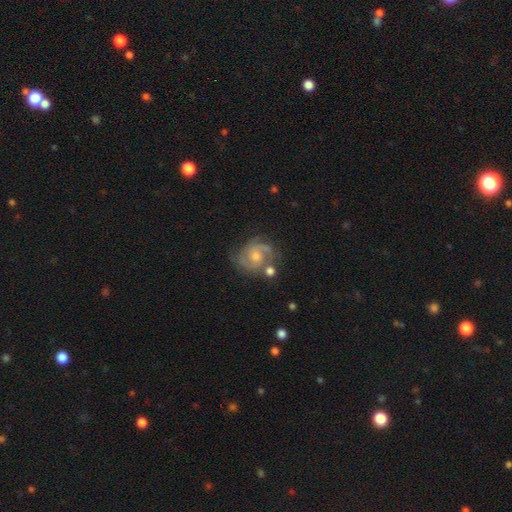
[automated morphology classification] smooth-or-featured: featured or disk: 83% | smooth: 10% | star or artifact: 7%
  disk-edge-on: no: 98% | yes: 2%
    bar: no: 63% | weak: 32% | strong: 5%
    has-spiral-arms: yes: 96% | no: 4%
      spiral-winding: medium: 50% | tight: 38% | loose: 13%
      spiral-arm-count: 2: 69% | 3: 13% | can't tell: 10% | 1: 3% | 4: 3% | more than 4: 2%
    bulge-size: moderate: 59% | small: 33% | large: 4% | none: 3% | dominant: 1%
  merging: none: 67% | minor disturbance: 18% | major disturbance: 8% | merger: 7%